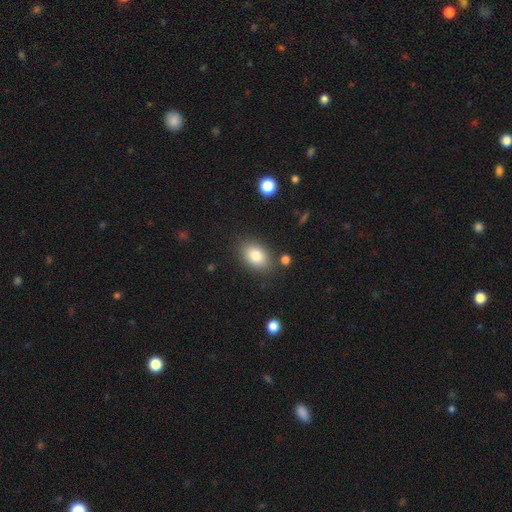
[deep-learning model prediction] Smooth or featured? Predicted: smooth (p=0.82). How rounded? Predicted: in between (p=0.85). Merging? Predicted: none (p=0.83).